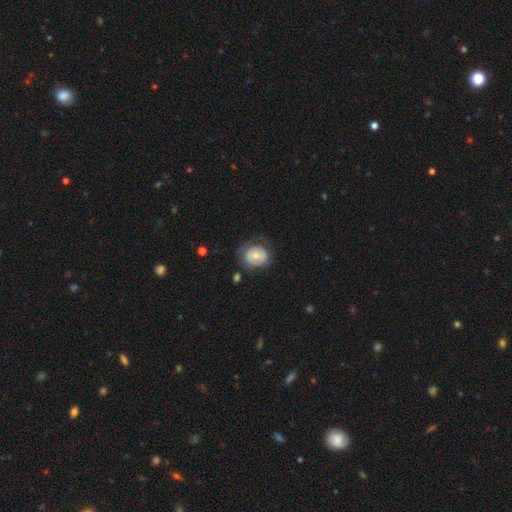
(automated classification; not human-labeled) smooth-or-featured: smooth: 52% | featured or disk: 42% | star or artifact: 7%
  how-rounded: round: 65% | in between: 34% | cigar-shaped: 1%
  merging: none: 63% | minor disturbance: 23% | major disturbance: 11% | merger: 2%